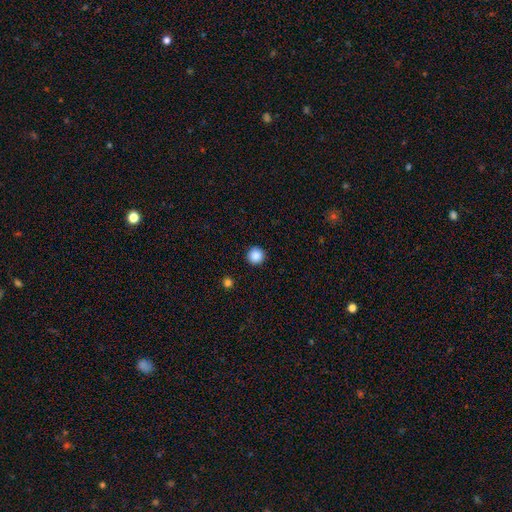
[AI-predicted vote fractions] A smooth galaxy with no disk features (87%) that is round (96%).

Vote fractions:
- Smooth or featured? smooth: 87% / star or artifact: 10% / featured or disk: 3%
- How rounded? round: 96% / in between: 3% / cigar-shaped: 1%
- Merging? none: 93% / minor disturbance: 5% / major disturbance: 2% / merger: 1%